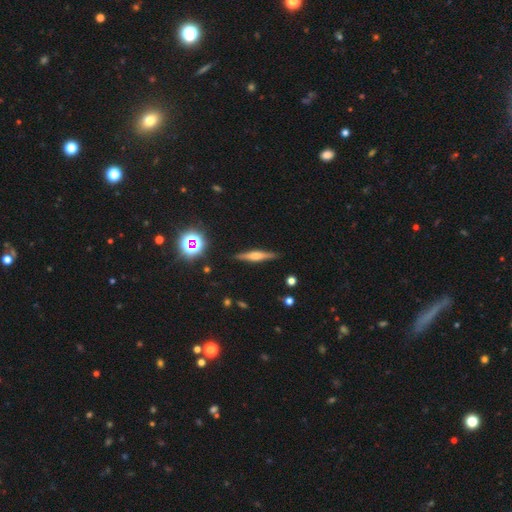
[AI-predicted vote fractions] A featured or disk galaxy (60%) viewed edge-on (96%) with a rounded central bulge (75%).

Vote fractions:
- Smooth or featured? featured or disk: 60% / smooth: 30% / star or artifact: 10%
- Edge-on disk? yes: 96% / no: 4%
- Edge-on bulge? rounded: 75% / boxy: 18% / none: 7%
- Merging? none: 89% / minor disturbance: 8% / major disturbance: 2% / merger: 1%